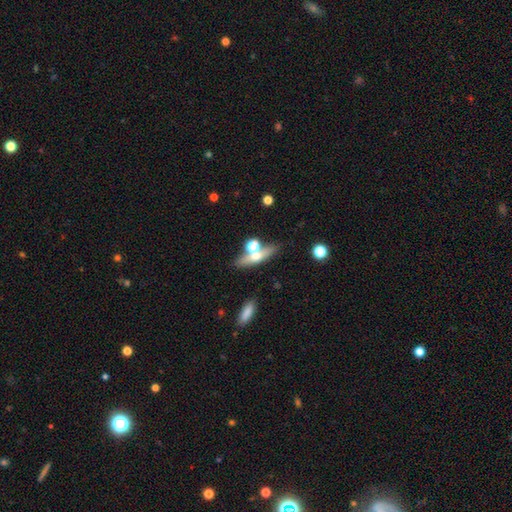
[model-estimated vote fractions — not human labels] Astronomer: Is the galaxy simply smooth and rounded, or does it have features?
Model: smooth — 46% (runner-up: featured or disk, 44%).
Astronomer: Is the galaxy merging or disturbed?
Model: none — 62%.